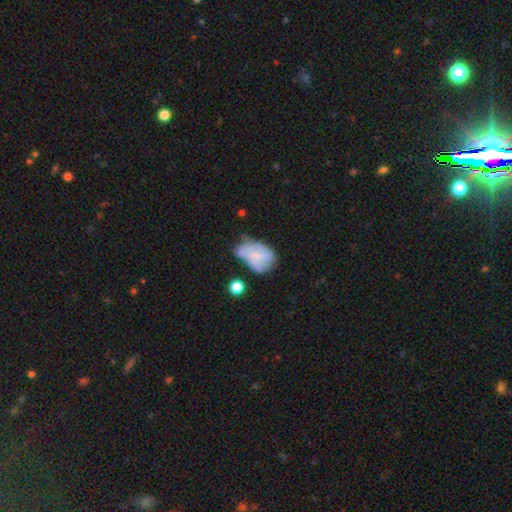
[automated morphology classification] Smooth or featured? Predicted: featured or disk (p=0.46). Merging? Predicted: minor disturbance (p=0.35).